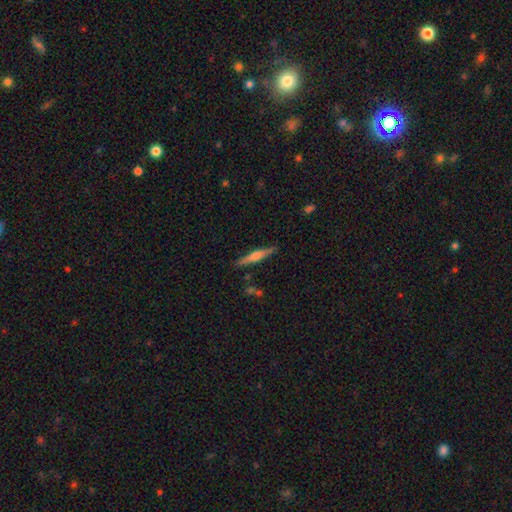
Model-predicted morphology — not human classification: Smooth or featured? Predicted: featured or disk (p=0.61). Edge-on disk? Predicted: yes (p=0.97). Edge-on bulge? Predicted: rounded (p=0.80). Merging? Predicted: none (p=0.88).